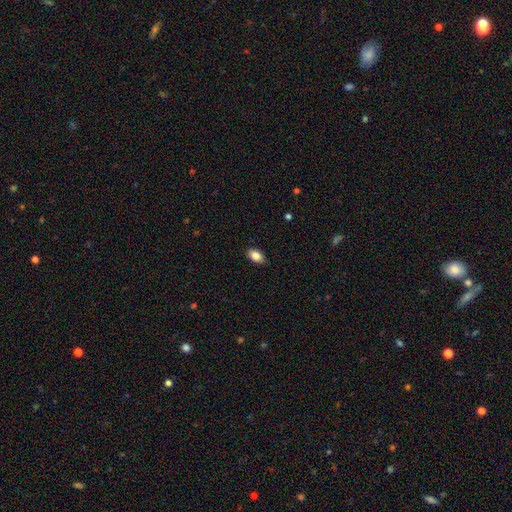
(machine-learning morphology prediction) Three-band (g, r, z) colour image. It shows a smooth galaxy with no disk features (84%) that is in between round and cigar-shaped (90%). Merging: none (88%).